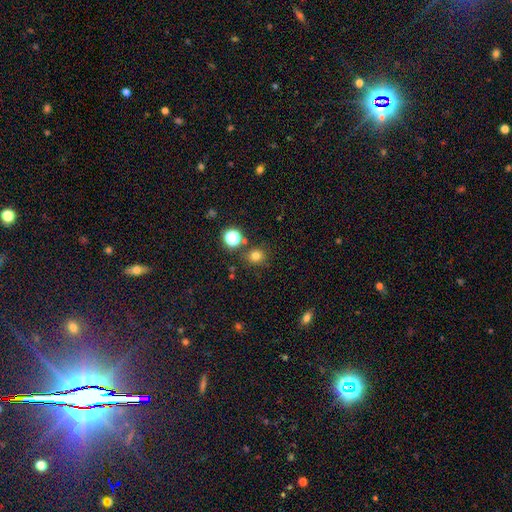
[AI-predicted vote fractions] The model was most divided on "smooth or featured": smooth: 76%, star or artifact: 18%, featured or disk: 6%. More confident: how rounded — round (88%); merging — none (81%).